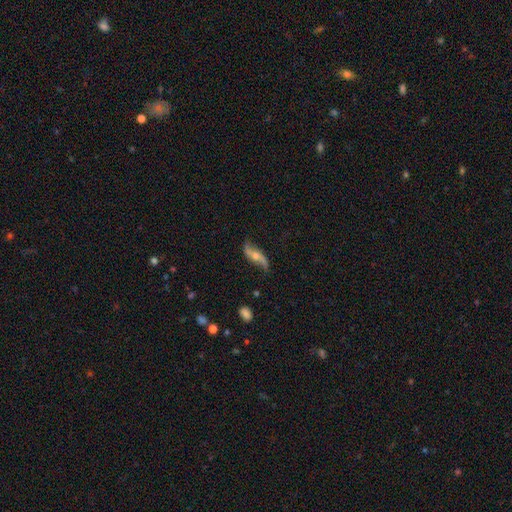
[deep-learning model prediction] Q: Smooth or featured?
A: featured or disk (80%); runner-up: smooth (14%)
Q: Edge-on disk?
A: no (85%); runner-up: yes (15%)
Q: Bar?
A: no (58%); runner-up: weak (27%)
Q: Spiral arms?
A: yes (92%); runner-up: no (8%)
Q: Spiral winding?
A: loose (89%); runner-up: medium (8%)
Q: Spiral arm count?
A: 2 (93%); runner-up: 1 (2%)
Q: Bulge size?
A: moderate (53%); runner-up: small (37%)
Q: Merging?
A: none (75%); runner-up: minor disturbance (17%)